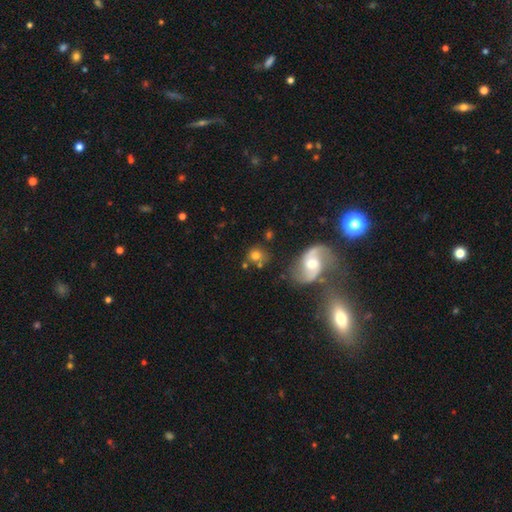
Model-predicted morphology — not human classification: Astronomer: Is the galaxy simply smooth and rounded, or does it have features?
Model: smooth — 66%.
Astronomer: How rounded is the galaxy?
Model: round — 82%.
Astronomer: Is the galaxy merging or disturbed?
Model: none — 68%.